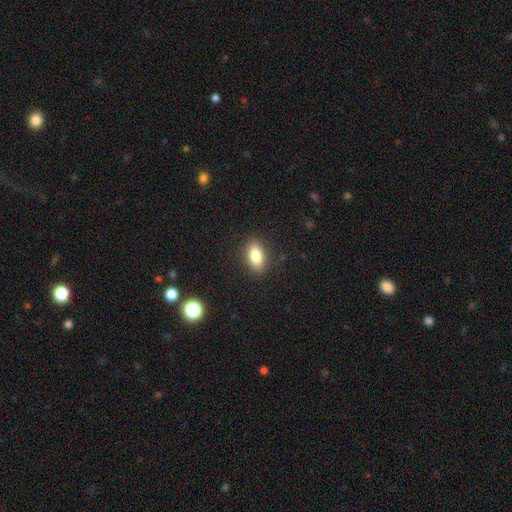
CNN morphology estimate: Q: Smooth or featured?
A: smooth (80%); runner-up: featured or disk (11%)
Q: How rounded?
A: in between (85%); runner-up: cigar-shaped (8%)
Q: Merging?
A: none (87%); runner-up: minor disturbance (9%)